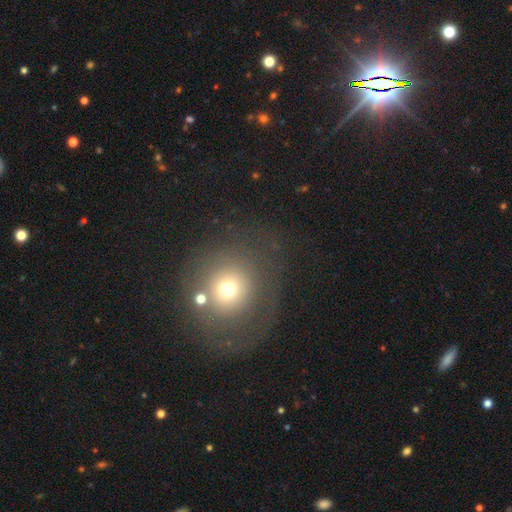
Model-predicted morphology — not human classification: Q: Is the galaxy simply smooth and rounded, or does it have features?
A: smooth — 44%.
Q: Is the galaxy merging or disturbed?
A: none — 72%.